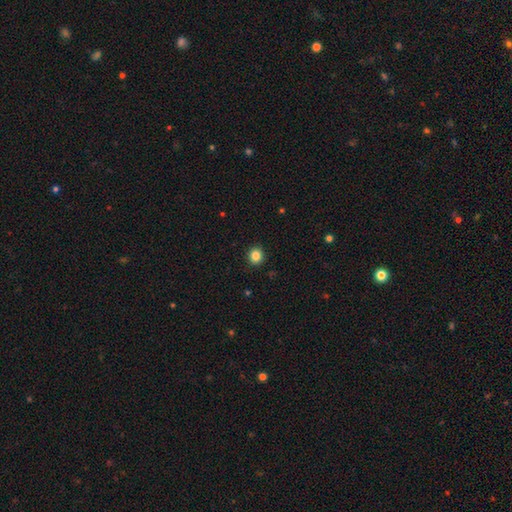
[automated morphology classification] Q: Smooth or featured?
A: smooth (85%); runner-up: star or artifact (11%)
Q: How rounded?
A: round (85%); runner-up: in between (14%)
Q: Merging?
A: none (92%); runner-up: minor disturbance (5%)